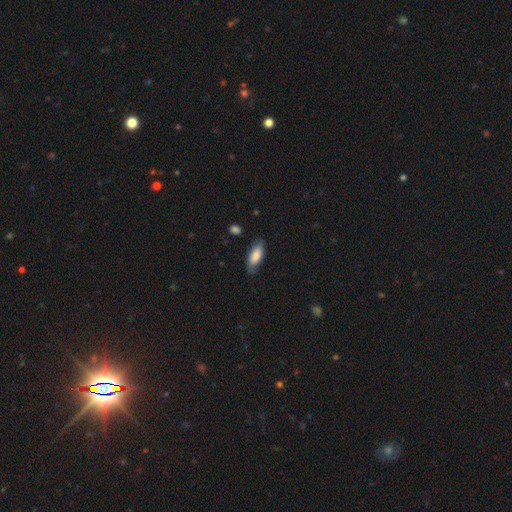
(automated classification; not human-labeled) smooth-or-featured: smooth: 81% | featured or disk: 13% | star or artifact: 6%
  how-rounded: in between: 77% | cigar-shaped: 22% | round: 2%
  merging: none: 76% | minor disturbance: 18% | major disturbance: 4% | merger: 2%